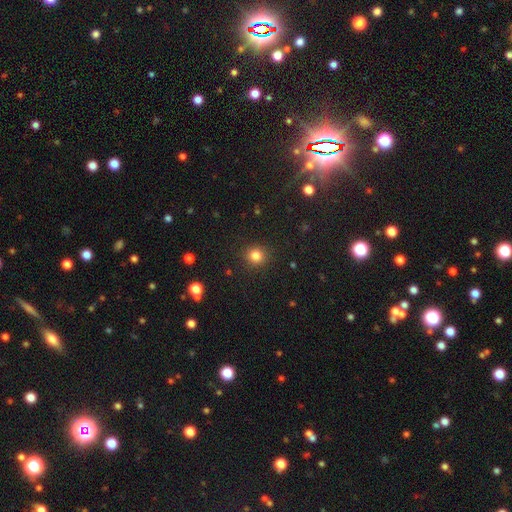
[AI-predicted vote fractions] The model was most divided on "smooth or featured": smooth: 83%, star or artifact: 13%, featured or disk: 5%. More confident: merging — none (90%); how rounded — round (88%).